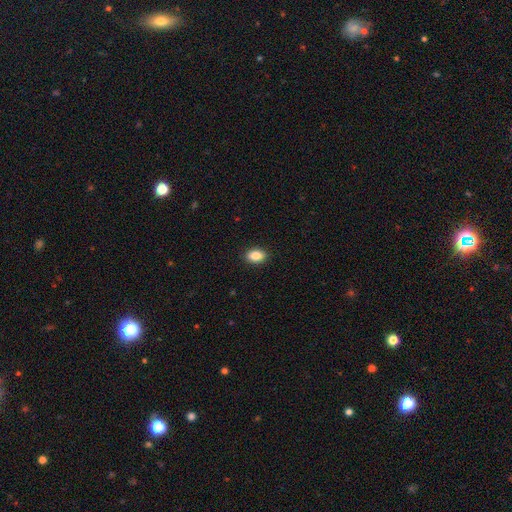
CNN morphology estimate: Q: Smooth or featured?
A: smooth (86%); runner-up: star or artifact (8%)
Q: How rounded?
A: in between (83%); runner-up: round (14%)
Q: Merging?
A: none (90%); runner-up: minor disturbance (7%)